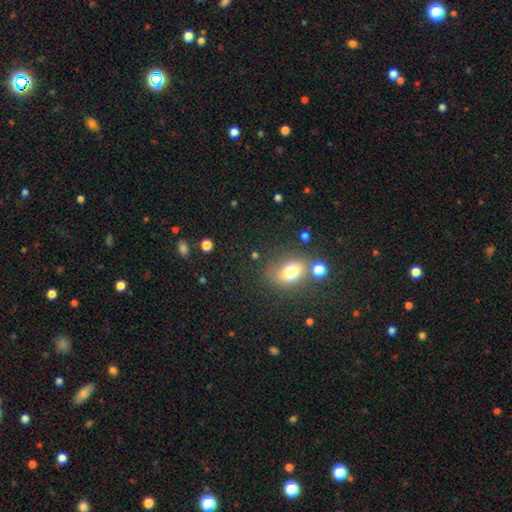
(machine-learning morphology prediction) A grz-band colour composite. It shows a smooth galaxy with no disk features (69%) that is in between round and cigar-shaped (67%). Merging: none (66%).